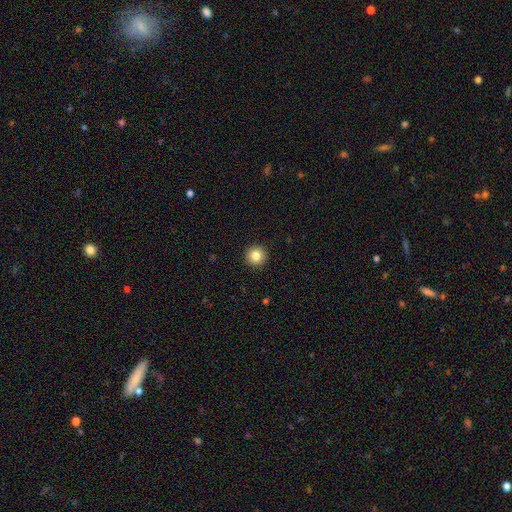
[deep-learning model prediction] A smooth galaxy with no disk features (83%) that is round (95%).

Vote fractions:
- Smooth or featured? smooth: 83% / star or artifact: 10% / featured or disk: 7%
- How rounded? round: 95% / in between: 4% / cigar-shaped: 1%
- Merging? none: 93% / minor disturbance: 4% / major disturbance: 2% / merger: 1%